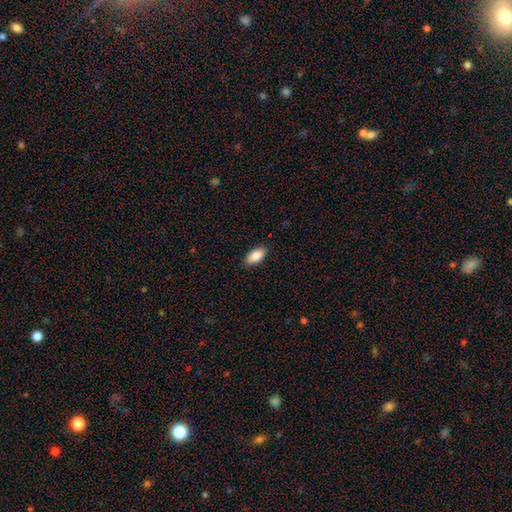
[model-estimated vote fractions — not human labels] Smooth or featured? smooth (87%)
How rounded? in between (92%)
Merging? none (88%)